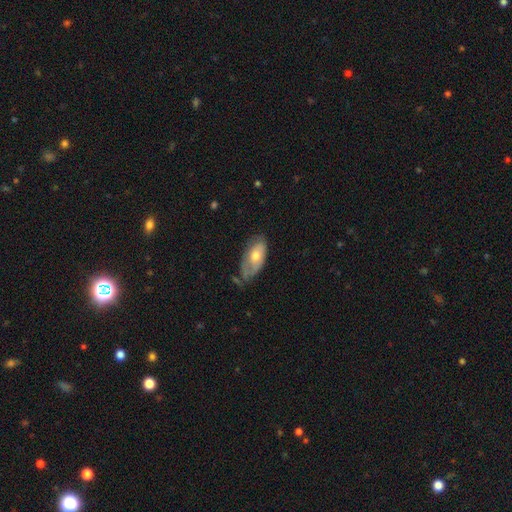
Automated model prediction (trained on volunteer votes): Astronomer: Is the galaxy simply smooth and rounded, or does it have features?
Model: smooth — 55% (runner-up: featured or disk, 39%).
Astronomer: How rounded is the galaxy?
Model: in between — 90%.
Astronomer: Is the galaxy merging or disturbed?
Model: none — 44% (runner-up: minor disturbance, 37%).